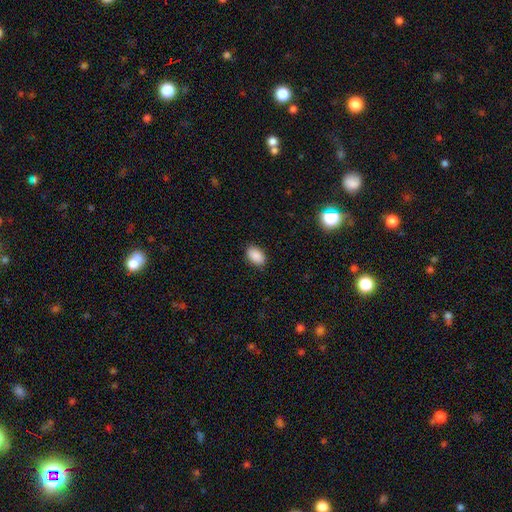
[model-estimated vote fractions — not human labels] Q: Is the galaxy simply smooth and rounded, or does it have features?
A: smooth — 90%.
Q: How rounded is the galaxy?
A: in between — 91%.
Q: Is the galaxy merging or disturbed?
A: none — 89%.